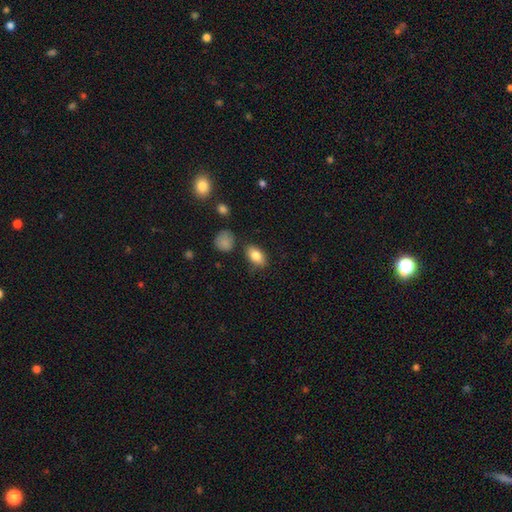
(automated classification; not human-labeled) Smooth or featured?
  - smooth: 83% *
  - featured or disk: 9%
  - star or artifact: 8%
How rounded?
  - in between: 88% *
  - round: 9%
  - cigar-shaped: 3%
Merging?
  - none: 81% *
  - minor disturbance: 12%
  - merger: 3%
  - major disturbance: 3%